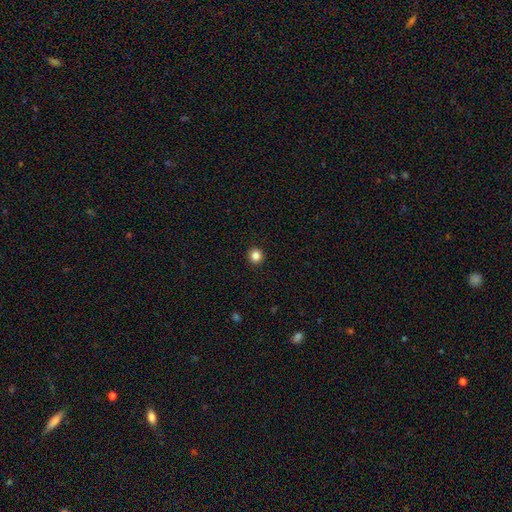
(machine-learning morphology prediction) smooth_or_featured: smooth (p=0.85) [alt: star or artifact p=0.11]
how_rounded: round (p=0.92) [alt: in between p=0.07]
merging: none (p=0.93) [alt: minor disturbance p=0.04]